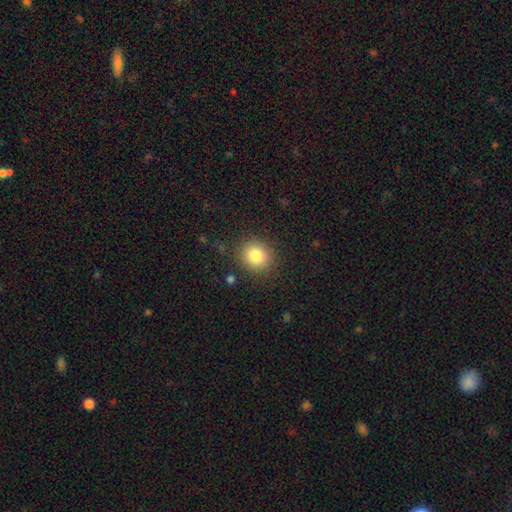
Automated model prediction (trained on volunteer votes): This appears to be a smooth galaxy with no disk features (83%) that is round (81%). Merging: none (88%).